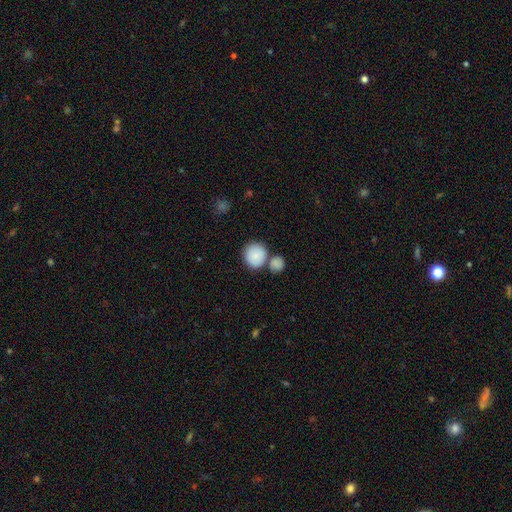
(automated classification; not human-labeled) smooth_or_featured: smooth (p=0.87) [alt: star or artifact p=0.07]
how_rounded: round (p=0.83) [alt: in between p=0.16]
merging: none (p=0.59) [alt: merger p=0.27]